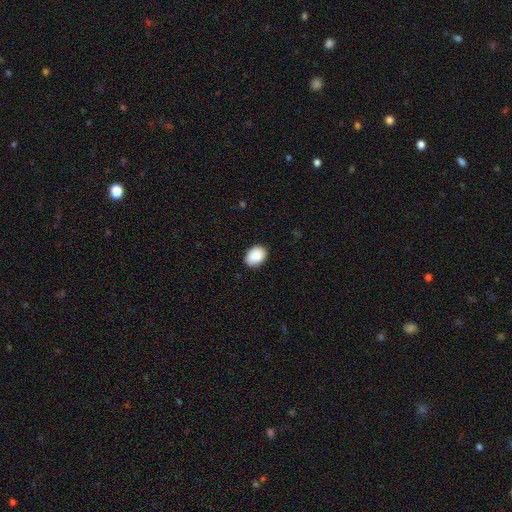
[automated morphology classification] A smooth galaxy with no disk features (90%) that is in between round and cigar-shaped (80%). Merging: none (88%).